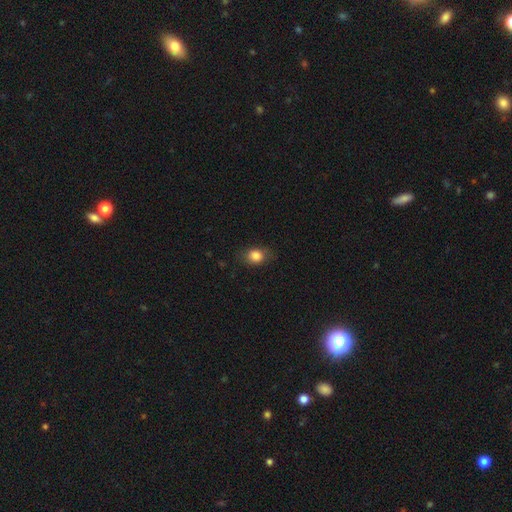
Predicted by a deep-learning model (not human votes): Q: Smooth or featured?
A: smooth (84%); runner-up: star or artifact (9%)
Q: How rounded?
A: in between (54%); runner-up: round (44%)
Q: Merging?
A: none (78%); runner-up: minor disturbance (17%)